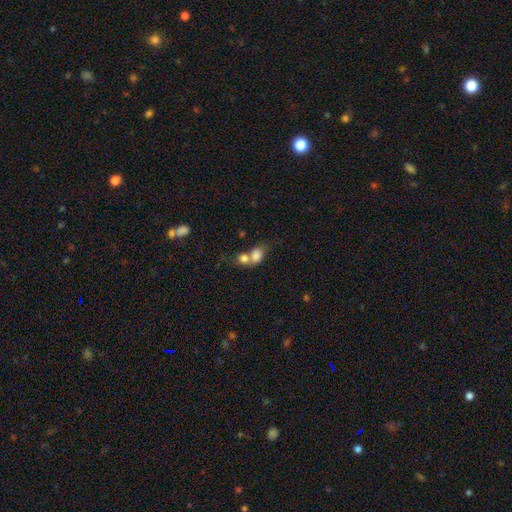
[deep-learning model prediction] Morphology: type=smooth (79%); roundness=in between (56%); merging=merger (64%).